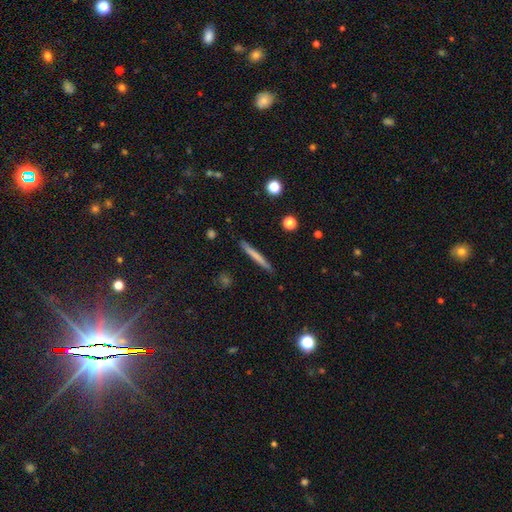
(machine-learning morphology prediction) Smooth or featured: smooth — 65% (featured or disk — 29%)
How rounded: cigar-shaped — 96% (in between — 2%)
Merging: none — 90% (minor disturbance — 7%)